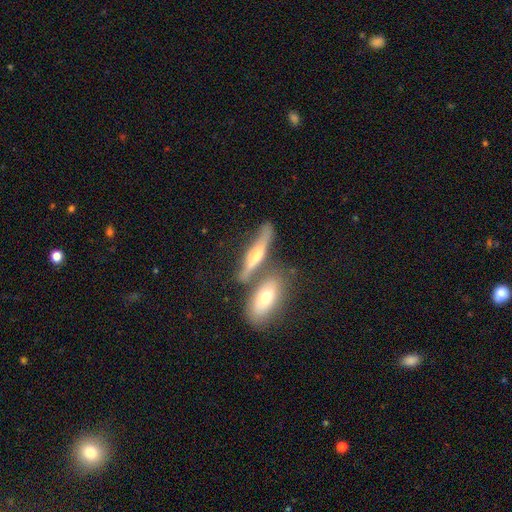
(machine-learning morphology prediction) smooth_or_featured: featured or disk (p=0.55) [alt: smooth p=0.38]
disk_edge_on: yes (p=0.84) [alt: no p=0.16]
merging: none (p=0.55) [alt: merger p=0.26]